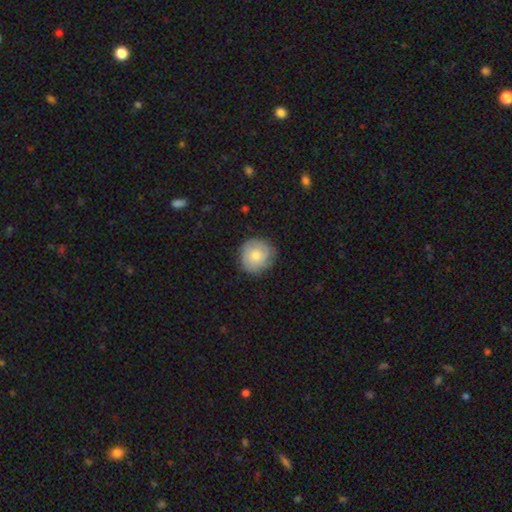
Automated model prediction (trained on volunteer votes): Q: Smooth or featured?
A: smooth (69%); runner-up: featured or disk (25%)
Q: How rounded?
A: round (90%); runner-up: in between (9%)
Q: Merging?
A: none (80%); runner-up: minor disturbance (16%)